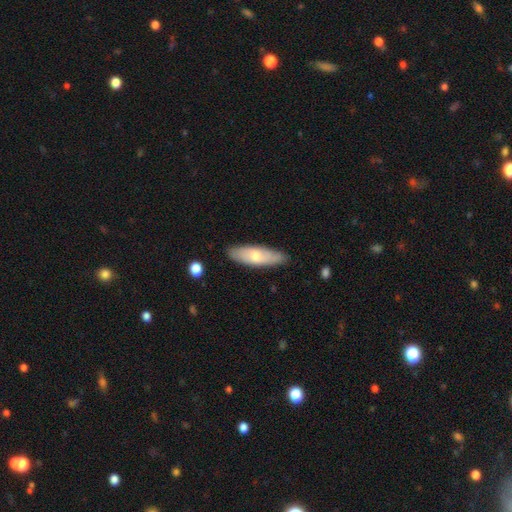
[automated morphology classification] This appears to be a smooth galaxy with no disk features (60%) that is cigar-shaped (51%). Merging: none (84%).